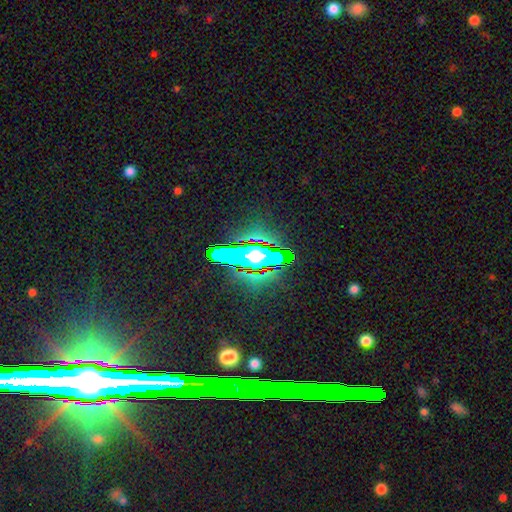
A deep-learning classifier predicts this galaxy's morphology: This is possibly a star or artifact rather than a galaxy (58%).